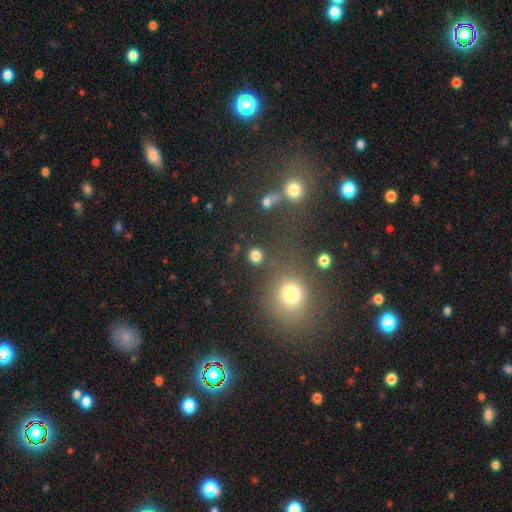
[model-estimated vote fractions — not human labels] This appears to be a smooth galaxy with no disk features (81%) that is round (86%). Merging: none (82%).